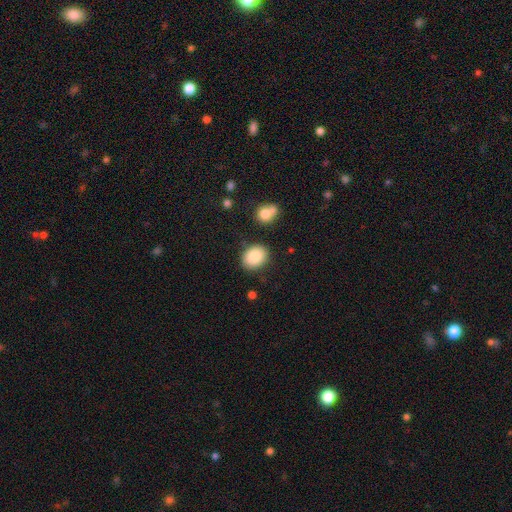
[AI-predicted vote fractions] This is clearly a smooth galaxy (87%). How rounded: possibly in between (54%). Merging: clearly none (83%).